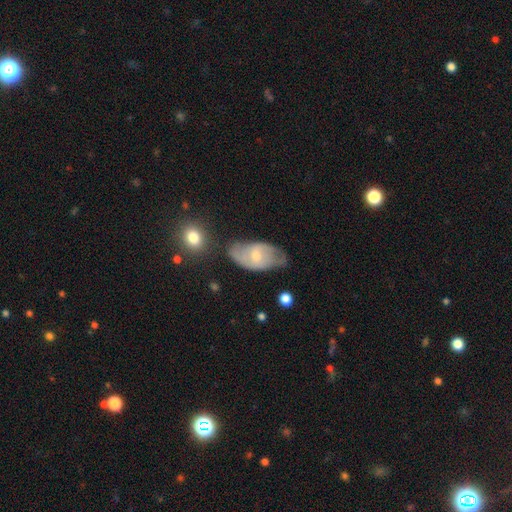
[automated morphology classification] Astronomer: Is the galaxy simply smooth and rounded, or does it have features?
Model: featured or disk — 51% (runner-up: smooth, 42%).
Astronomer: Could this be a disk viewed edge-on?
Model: no — 92%.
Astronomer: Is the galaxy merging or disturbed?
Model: none — 42% (runner-up: minor disturbance, 37%).